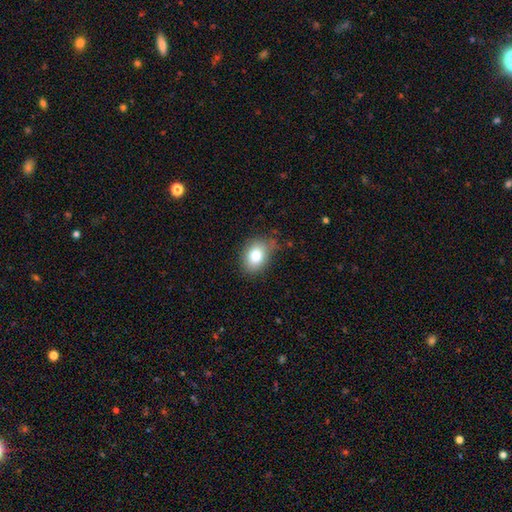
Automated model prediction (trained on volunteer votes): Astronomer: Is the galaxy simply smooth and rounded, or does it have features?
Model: smooth — 82%.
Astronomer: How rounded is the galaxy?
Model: in between — 69%.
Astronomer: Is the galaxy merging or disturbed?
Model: none — 70%.